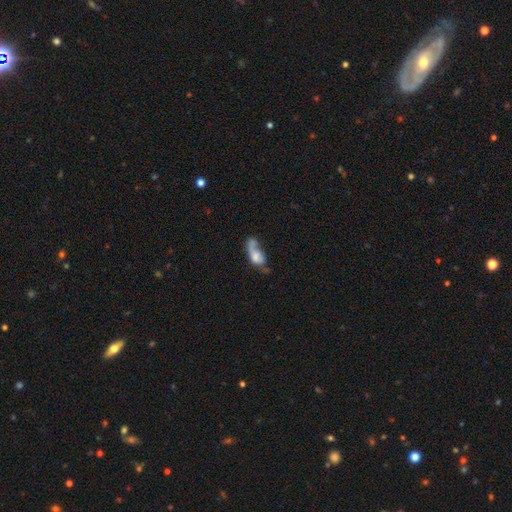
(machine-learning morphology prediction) Smooth or featured? Predicted: smooth (p=0.55). How rounded? Predicted: in between (p=0.78). Merging? Predicted: major disturbance (p=0.38).